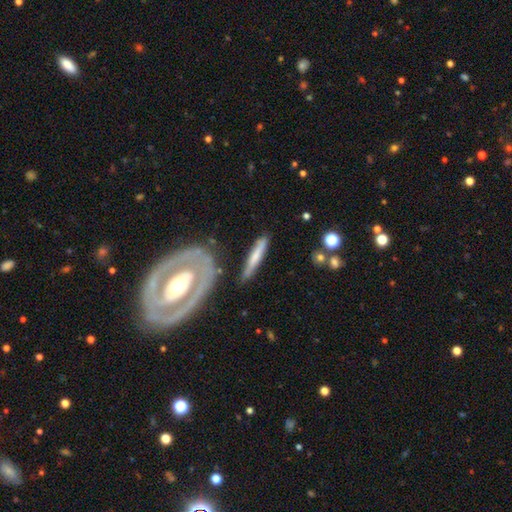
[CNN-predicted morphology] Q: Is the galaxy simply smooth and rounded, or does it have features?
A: smooth — 56%.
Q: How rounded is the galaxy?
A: cigar-shaped — 90%.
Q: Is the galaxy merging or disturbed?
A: none — 74%.